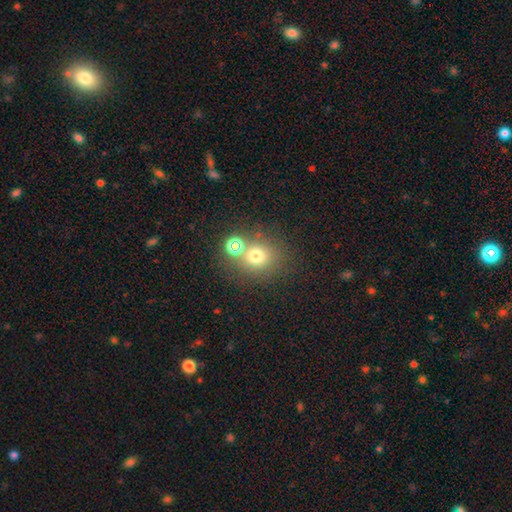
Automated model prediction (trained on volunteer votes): Morphology: type=smooth (69%); roundness=round (80%); merging=none (66%).